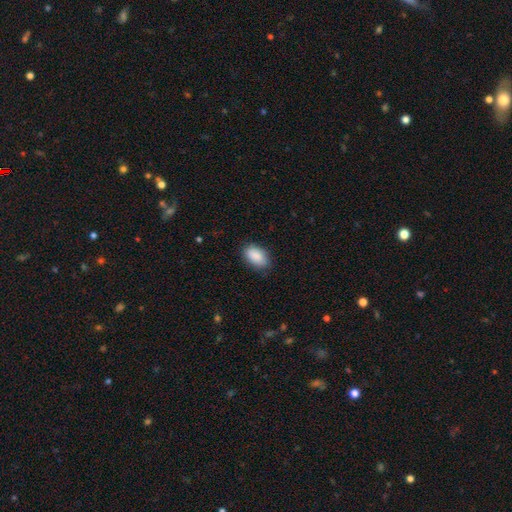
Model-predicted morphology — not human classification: smooth 89%, star or artifact 6%, featured or disk 4%. Down the decision tree: how rounded — in between (92%); merging — none (82%).